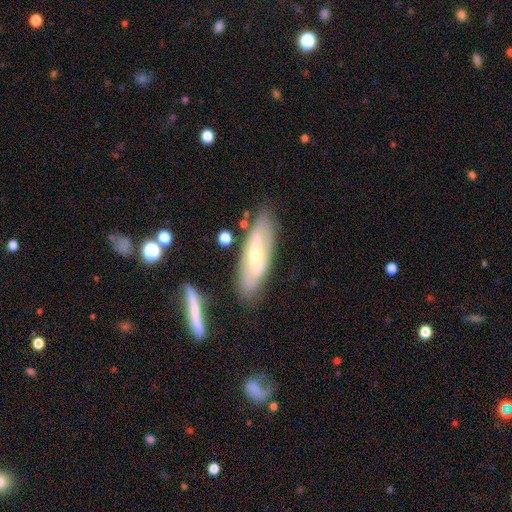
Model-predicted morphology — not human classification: The model was most divided on "smooth or featured": featured or disk: 60%, smooth: 33%, star or artifact: 7%. More confident: merging — none (78%); edge-on disk — no (70%).